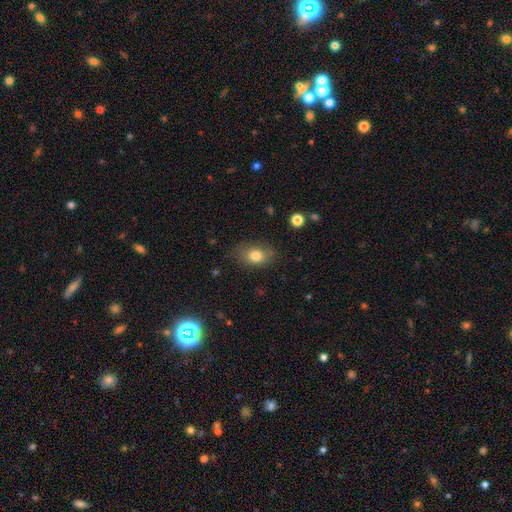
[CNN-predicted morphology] Overall: smooth (79%). How rounded: in between (77%). Merging: none (77%).